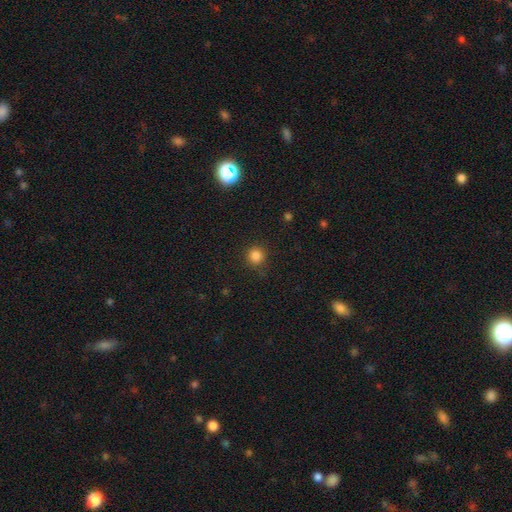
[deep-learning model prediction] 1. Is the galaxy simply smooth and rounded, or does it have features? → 83% smooth, 13% star or artifact, 4% featured or disk.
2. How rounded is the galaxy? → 93% round, 6% in between, 1% cigar-shaped.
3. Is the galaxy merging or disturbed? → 87% none, 9% minor disturbance, 3% major disturbance, 1% merger.